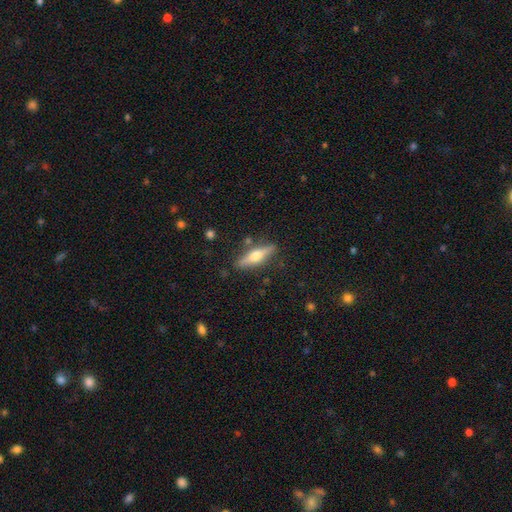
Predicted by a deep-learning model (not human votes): A featured or disk galaxy (53%) viewed edge-on (93%).

Vote fractions:
- Smooth or featured? featured or disk: 53% / smooth: 41% / star or artifact: 6%
- Edge-on disk? yes: 93% / no: 7%
- Merging? none: 84% / minor disturbance: 10% / merger: 3% / major disturbance: 2%